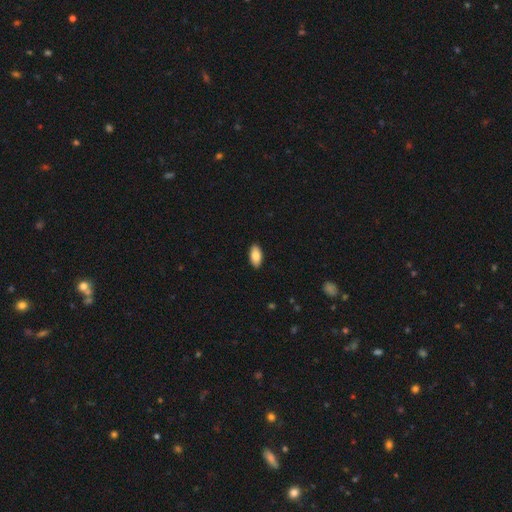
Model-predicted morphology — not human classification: The model was most divided on "smooth or featured": smooth: 85%, featured or disk: 9%, star or artifact: 6%. More confident: how rounded — in between (92%); merging — none (90%).